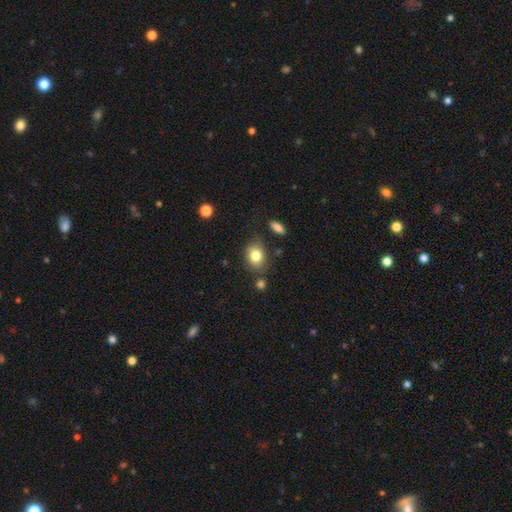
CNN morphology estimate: Overall: smooth (81%). How rounded: in between (62%; round 36%). Merging: none (74%).